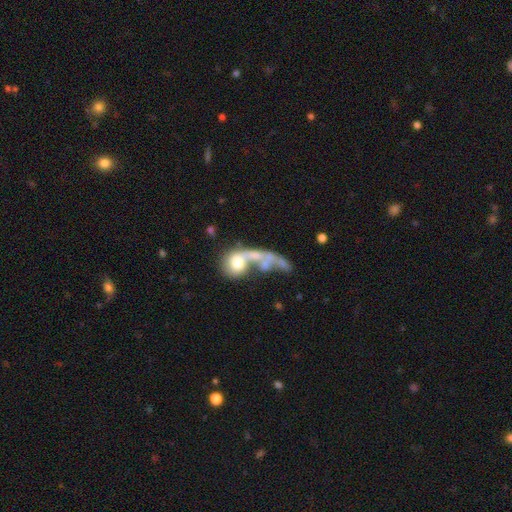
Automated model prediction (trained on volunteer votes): Morphology: type=smooth (46%); merging=merger (44%).